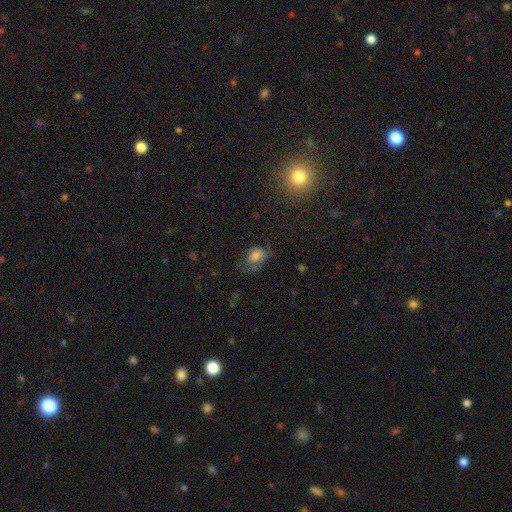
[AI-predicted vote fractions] A smooth galaxy with no disk features (63%) that is in between round and cigar-shaped (76%). Merging: none (43%).